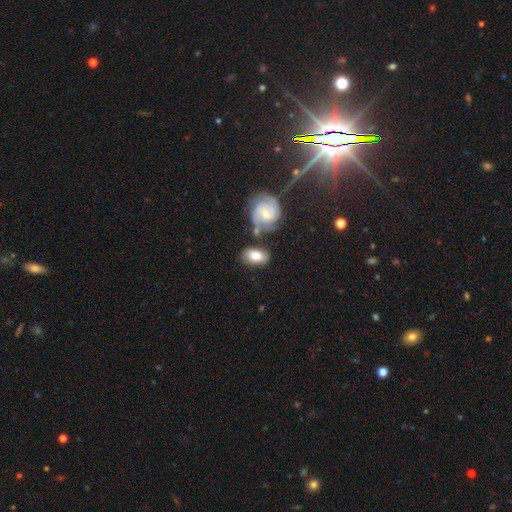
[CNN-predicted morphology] The model was most divided on "merging": none: 62%, minor disturbance: 17%, merger: 15%, major disturbance: 6%. More confident: how rounded — in between (86%); smooth or featured — smooth (70%).